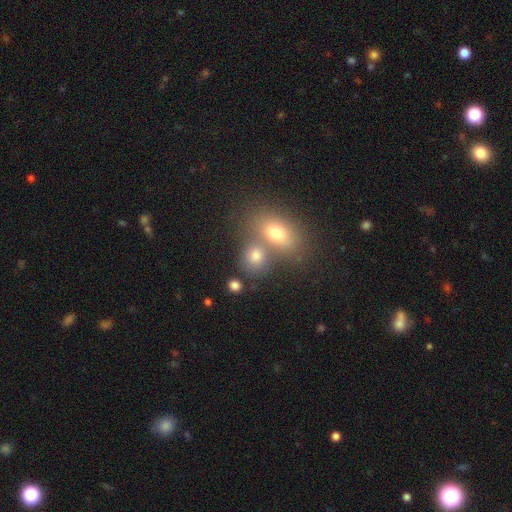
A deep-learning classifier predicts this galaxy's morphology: type=smooth (75%); roundness=round (51%); merging=none (44%).